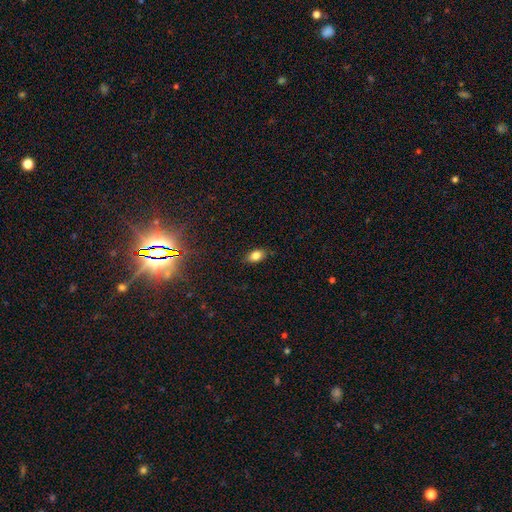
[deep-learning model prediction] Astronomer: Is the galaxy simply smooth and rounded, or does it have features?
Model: smooth — 81%.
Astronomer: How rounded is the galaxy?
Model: in between — 87%.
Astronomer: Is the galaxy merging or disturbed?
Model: none — 85%.